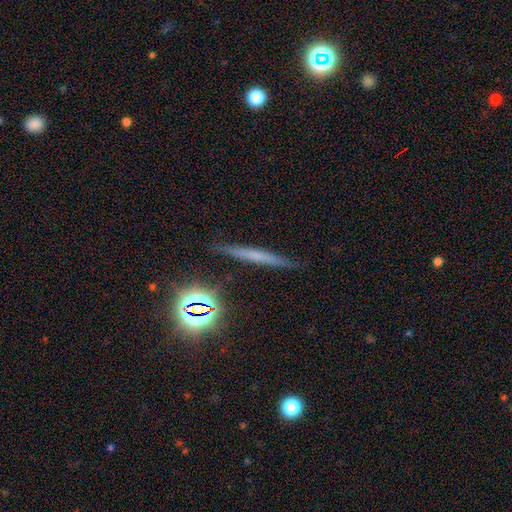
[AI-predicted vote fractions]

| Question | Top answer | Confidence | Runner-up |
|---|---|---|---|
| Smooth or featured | smooth | 46% | featured or disk (36%) |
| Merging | none | 87% | minor disturbance (9%) |